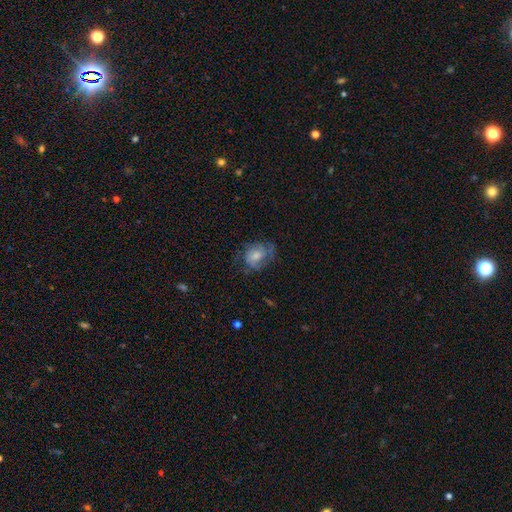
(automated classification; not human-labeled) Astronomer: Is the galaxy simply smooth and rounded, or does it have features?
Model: smooth — 47% (runner-up: featured or disk, 45%).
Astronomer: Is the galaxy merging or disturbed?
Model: none — 51% (runner-up: minor disturbance, 27%).